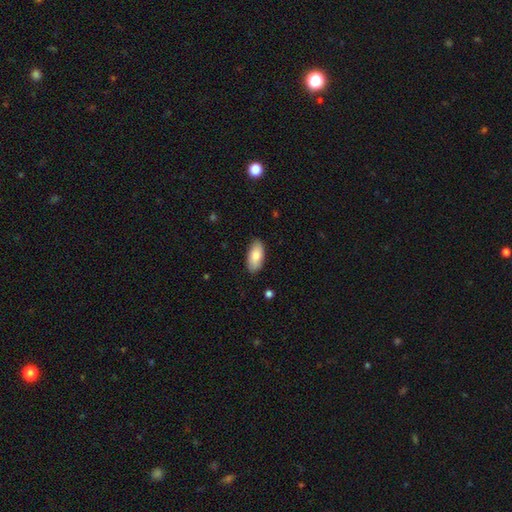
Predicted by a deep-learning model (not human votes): Smooth or featured: smooth — 84% (featured or disk — 11%)
How rounded: in between — 91% (cigar-shaped — 7%)
Merging: none — 87% (minor disturbance — 10%)